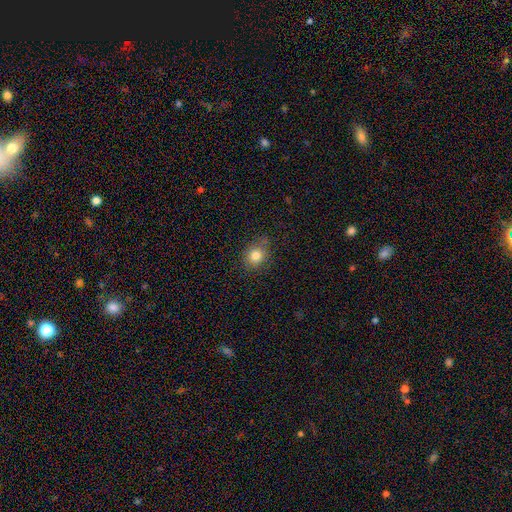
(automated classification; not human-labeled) smooth_or_featured: smooth (p=0.81) [alt: star or artifact p=0.12]
how_rounded: round (p=0.64) [alt: in between p=0.35]
merging: none (p=0.79) [alt: minor disturbance p=0.16]